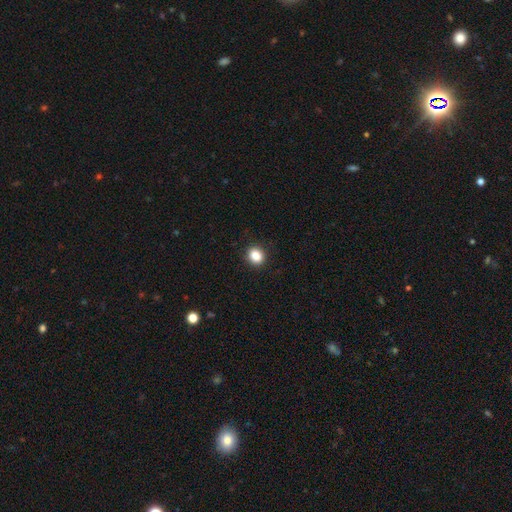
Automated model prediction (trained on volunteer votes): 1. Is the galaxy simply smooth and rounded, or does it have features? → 86% smooth, 10% star or artifact, 4% featured or disk.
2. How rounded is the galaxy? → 67% round, 32% in between, 1% cigar-shaped.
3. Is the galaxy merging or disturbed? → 91% none, 7% minor disturbance, 2% major disturbance, 1% merger.